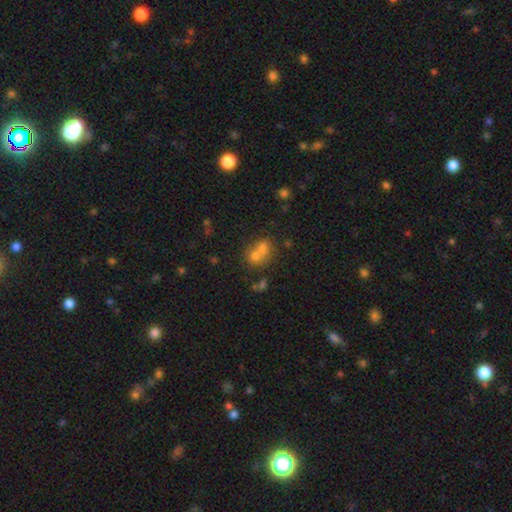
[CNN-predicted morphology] A smooth galaxy with no disk features (58%) that is round (71%). Merging: merger (58%).